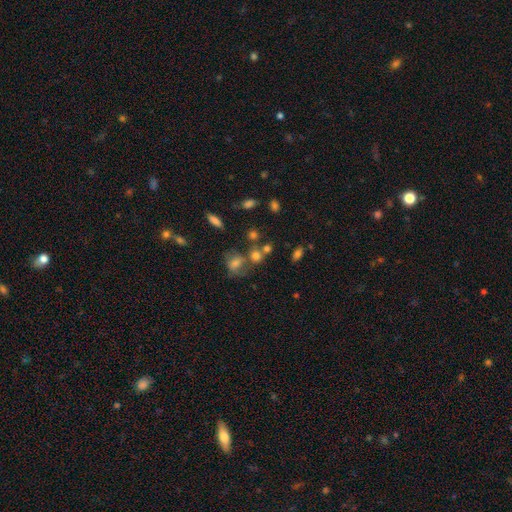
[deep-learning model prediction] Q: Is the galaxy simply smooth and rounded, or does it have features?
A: smooth — 68%.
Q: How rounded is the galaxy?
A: round — 66%.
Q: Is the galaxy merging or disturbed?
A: none — 47%.